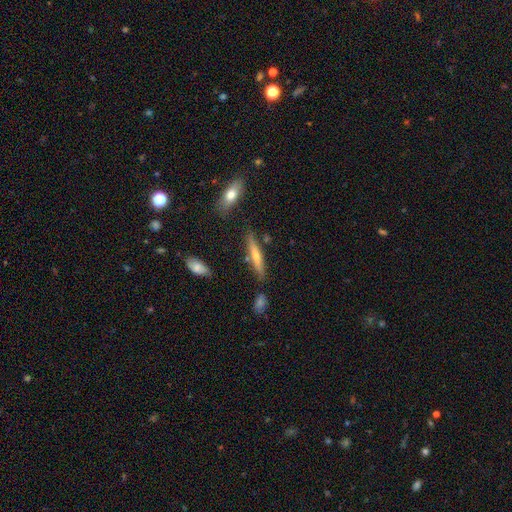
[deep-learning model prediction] Overall: featured or disk (49%; smooth 42%). Merging: none (80%).